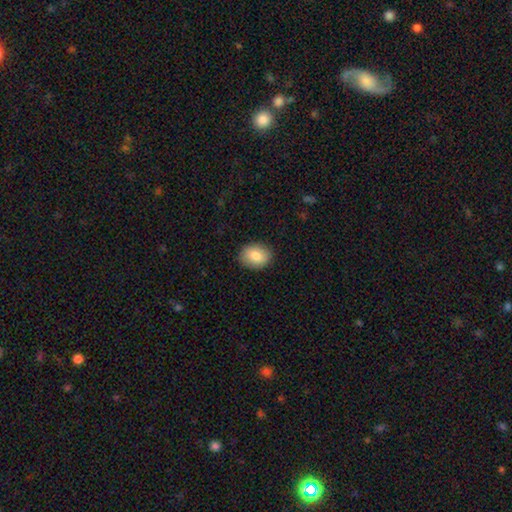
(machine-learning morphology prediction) type=smooth (82%); roundness=in between (57%); merging=none (89%).